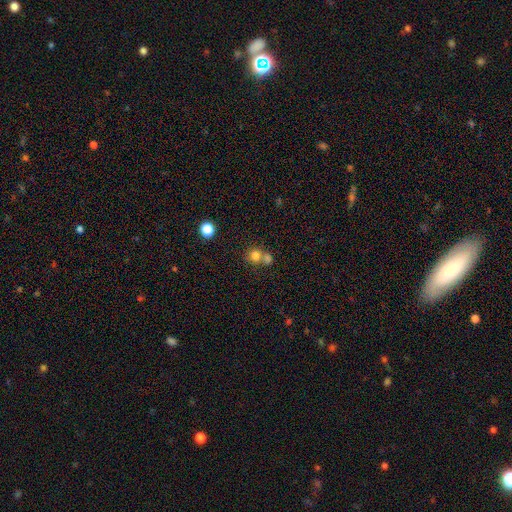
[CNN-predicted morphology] Overall: smooth (78%). How rounded: round (84%). Merging: none (45%; merger 44%).